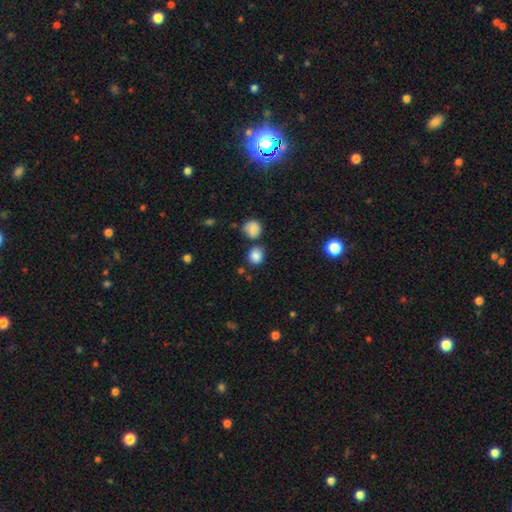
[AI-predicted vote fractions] Smooth or featured? smooth (85%)
How rounded? round (76%)
Merging? none (73%)